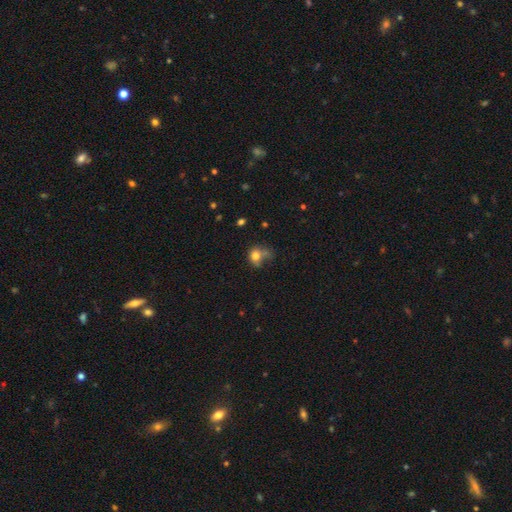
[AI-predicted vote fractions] Smooth or featured: smooth — 75% (featured or disk — 13%)
How rounded: round — 61% (in between — 37%)
Merging: none — 34% (major disturbance — 27%)